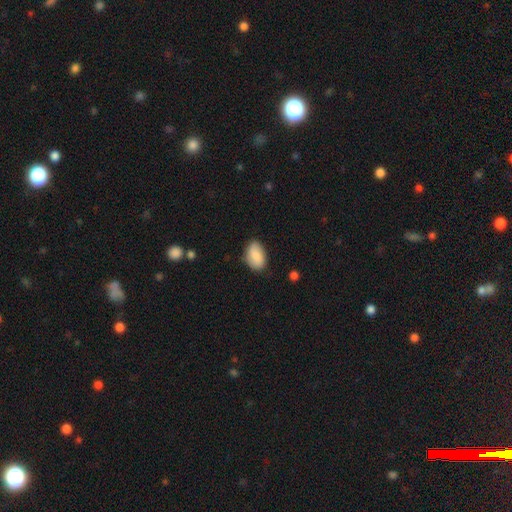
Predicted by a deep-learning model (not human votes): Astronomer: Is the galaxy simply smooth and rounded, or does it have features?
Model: smooth — 84%.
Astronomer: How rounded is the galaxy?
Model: in between — 90%.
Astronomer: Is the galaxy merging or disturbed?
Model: none — 78%.